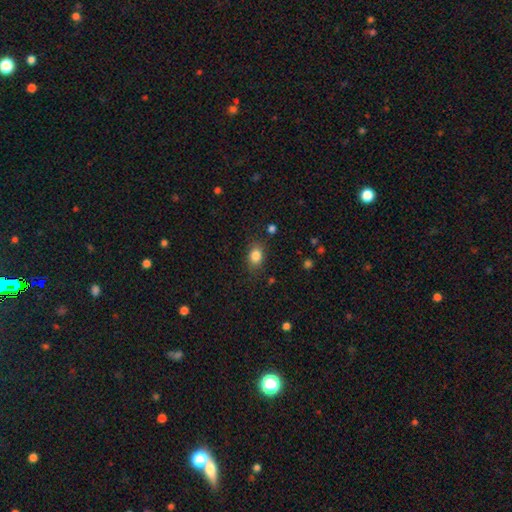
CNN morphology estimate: type=smooth (84%); roundness=in between (67%); merging=none (82%).